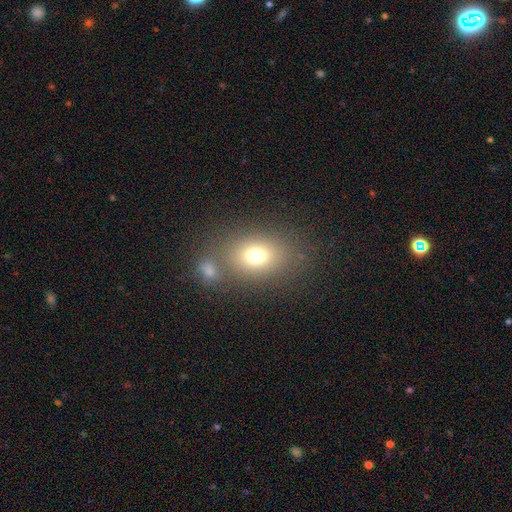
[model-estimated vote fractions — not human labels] Overall: smooth (72%). How rounded: in between (60%; round 39%). Merging: none (62%).